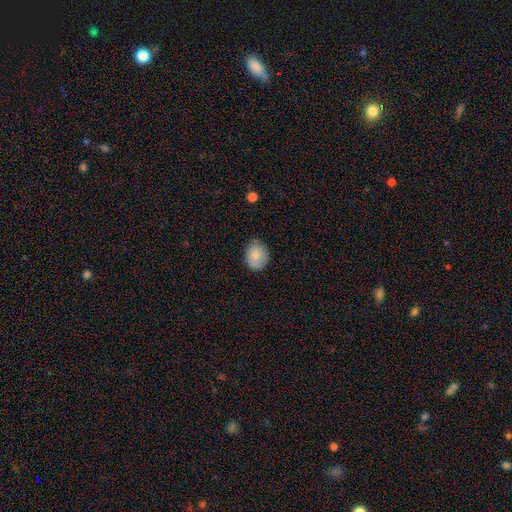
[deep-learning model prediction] smooth_or_featured: smooth (p=0.84) [alt: featured or disk p=0.09]
how_rounded: in between (p=0.50) [tied with: round p=0.50]
merging: none (p=0.74) [alt: minor disturbance p=0.21]